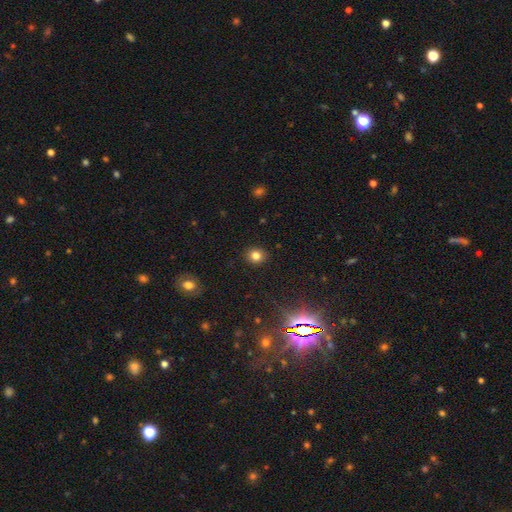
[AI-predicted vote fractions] Overall: smooth (79%). How rounded: round (81%). Merging: none (90%).